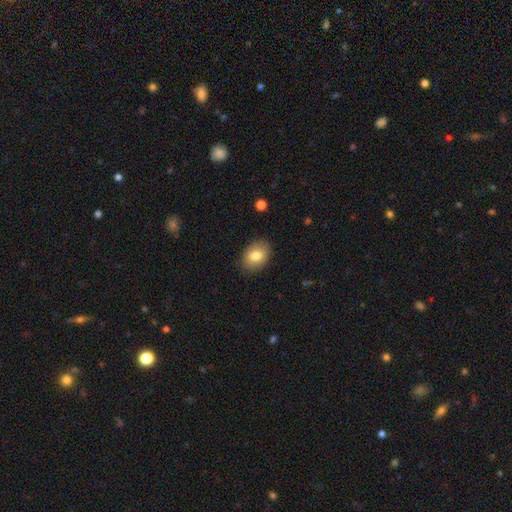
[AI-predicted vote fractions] Smooth or featured: smooth — 80% (featured or disk — 13%)
How rounded: in between — 78% (round — 21%)
Merging: none — 87% (minor disturbance — 10%)